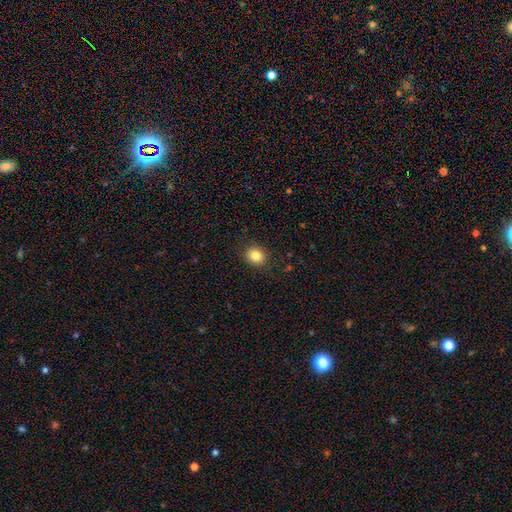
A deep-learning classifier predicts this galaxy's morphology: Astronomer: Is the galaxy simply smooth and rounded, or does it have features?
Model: smooth — 84%.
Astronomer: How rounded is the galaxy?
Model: round — 68%.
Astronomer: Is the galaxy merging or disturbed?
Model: none — 88%.